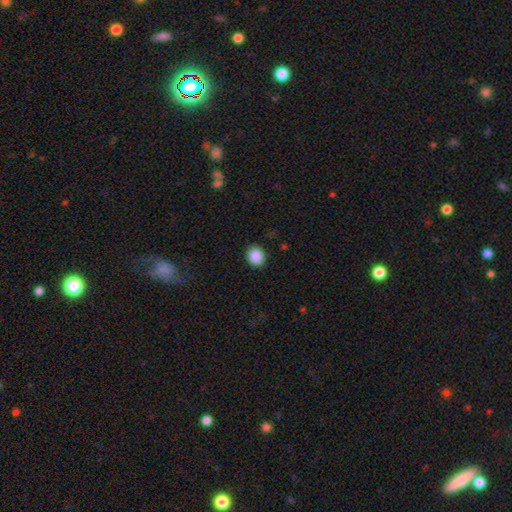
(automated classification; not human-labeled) Q: Smooth or featured?
A: smooth (88%); runner-up: star or artifact (8%)
Q: How rounded?
A: round (75%); runner-up: in between (24%)
Q: Merging?
A: none (89%); runner-up: minor disturbance (8%)